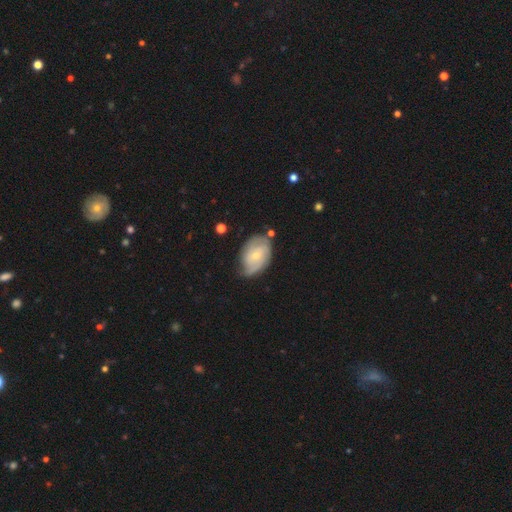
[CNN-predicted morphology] Q: Smooth or featured?
A: featured or disk (66%); runner-up: smooth (29%)
Q: Edge-on disk?
A: no (96%); runner-up: yes (4%)
Q: Bar?
A: no (56%); runner-up: weak (37%)
Q: Spiral arms?
A: yes (87%); runner-up: no (13%)
Q: Spiral winding?
A: tight (47%); runner-up: medium (36%)
Q: Spiral arm count?
A: 2 (44%); runner-up: can't tell (32%)
Q: Bulge size?
A: small (65%); runner-up: moderate (30%)
Q: Merging?
A: none (60%); runner-up: minor disturbance (28%)